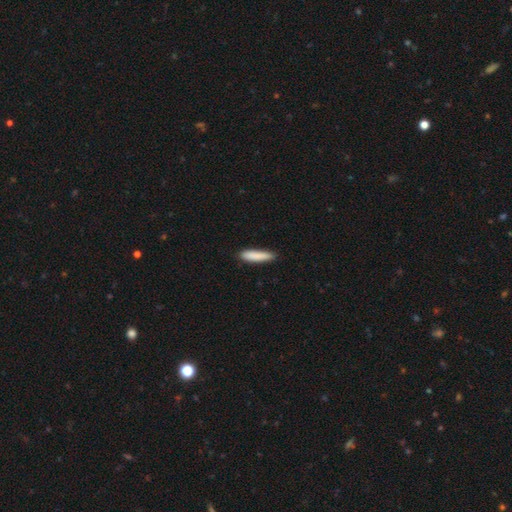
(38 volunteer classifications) Smooth or featured? 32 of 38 (84%) said smooth. How rounded? 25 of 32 (78%) said cigar-shaped. Merging? 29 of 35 (83%) said none.